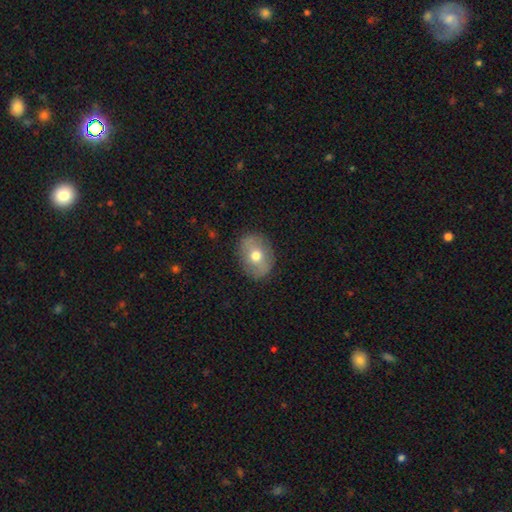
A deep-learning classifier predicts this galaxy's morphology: smooth 65%, featured or disk 28%, star or artifact 8%. Down the decision tree: how rounded — in between (64%); merging — none (86%).